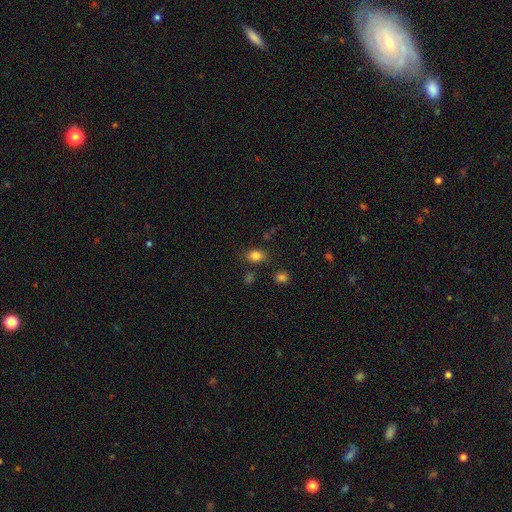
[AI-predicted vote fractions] A smooth galaxy with no disk features (83%) that is in between round and cigar-shaped (75%).

Vote fractions:
- Smooth or featured? smooth: 83% / star or artifact: 11% / featured or disk: 7%
- How rounded? in between: 75% / round: 23% / cigar-shaped: 2%
- Merging? none: 80% / minor disturbance: 12% / merger: 4% / major disturbance: 3%